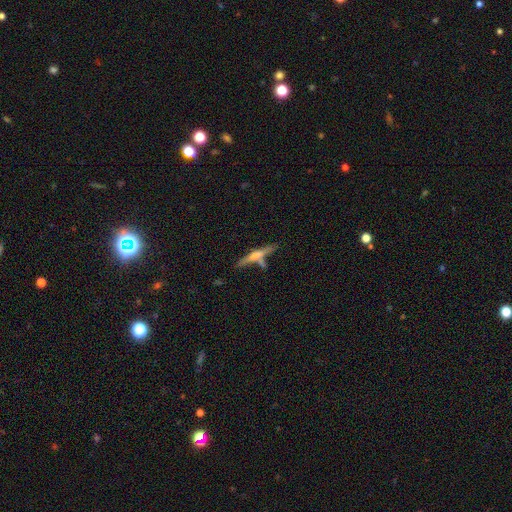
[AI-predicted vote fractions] Q: Smooth or featured?
A: featured or disk (57%); runner-up: smooth (36%)
Q: Edge-on disk?
A: yes (94%); runner-up: no (6%)
Q: Edge-on bulge?
A: rounded (74%); runner-up: none (17%)
Q: Merging?
A: none (62%); runner-up: merger (18%)